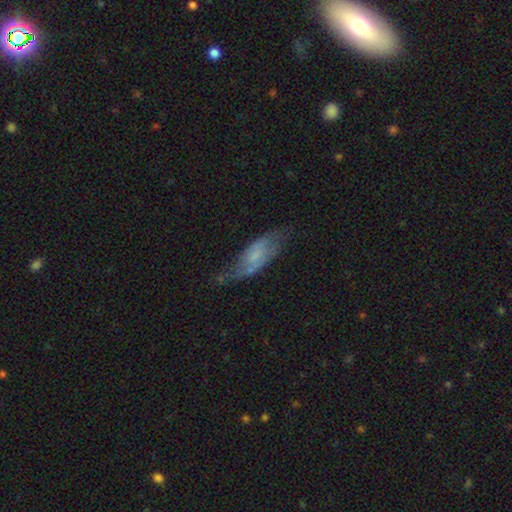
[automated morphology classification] A featured or disk galaxy (49%).

Vote fractions:
- Smooth or featured? featured or disk: 49% / smooth: 43% / star or artifact: 8%
- Merging? none: 51% / minor disturbance: 29% / major disturbance: 17% / merger: 3%